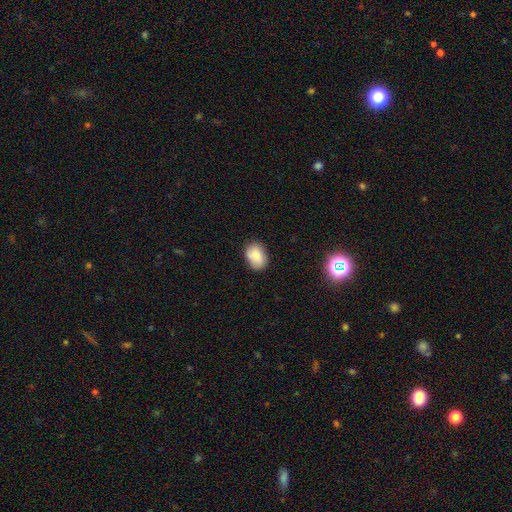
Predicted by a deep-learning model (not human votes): smooth-or-featured: smooth: 85% | star or artifact: 8% | featured or disk: 7%
  how-rounded: in between: 76% | round: 23% | cigar-shaped: 1%
  merging: none: 79% | minor disturbance: 17% | major disturbance: 3% | merger: 1%